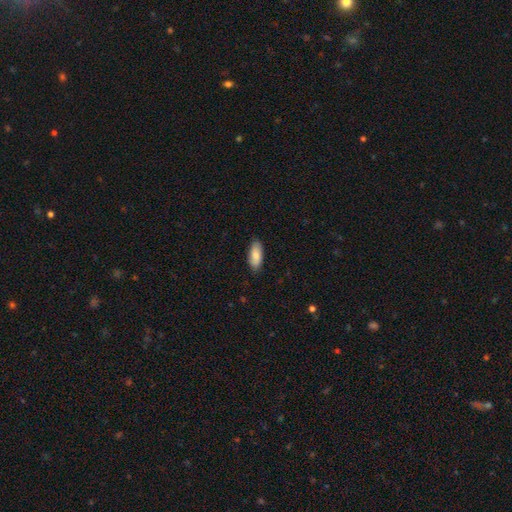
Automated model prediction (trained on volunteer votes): Smooth or featured? Predicted: smooth (p=0.84). How rounded? Predicted: in between (p=0.85). Merging? Predicted: none (p=0.85).